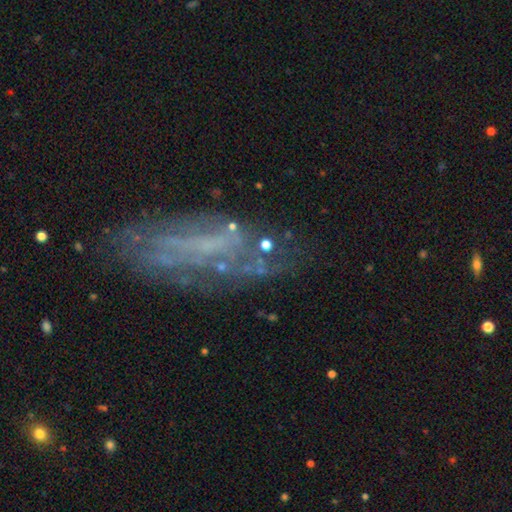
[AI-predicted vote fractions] Smooth or featured?
  - featured or disk: 64% *
  - smooth: 21%
  - star or artifact: 14%
Edge-on disk?
  - no: 81% *
  - yes: 19%
Bar?
  - no: 59% *
  - weak: 26%
  - strong: 15%
Spiral arms?
  - no: 52% *
  - yes: 48%
Bulge size?
  - none: 69% *
  - small: 19%
  - moderate: 8%
  - large: 2%
  - dominant: 1%
Merging?
  - none: 61% *
  - minor disturbance: 21%
  - major disturbance: 14%
  - merger: 4%